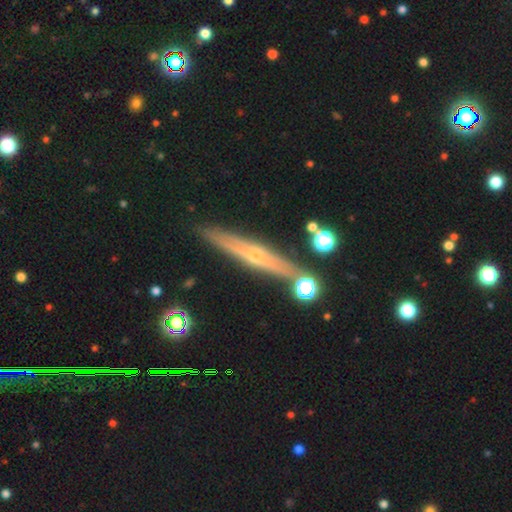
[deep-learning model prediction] A featured or disk galaxy (67%) viewed edge-on (91%) with a rounded central bulge (74%). Merging: none (85%).